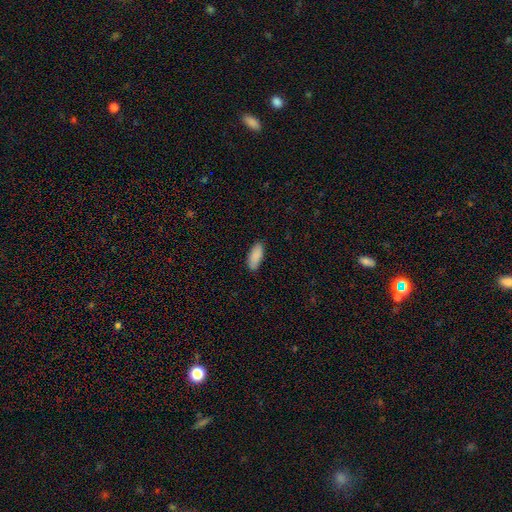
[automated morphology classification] A smooth galaxy with no disk features (89%) that is in between round and cigar-shaped (80%).

Vote fractions:
- Smooth or featured? smooth: 89% / star or artifact: 6% / featured or disk: 4%
- How rounded? in between: 80% / cigar-shaped: 18% / round: 2%
- Merging? none: 86% / minor disturbance: 11% / major disturbance: 2% / merger: 1%